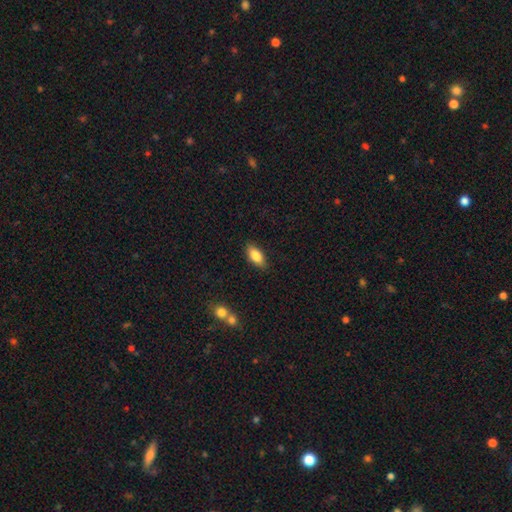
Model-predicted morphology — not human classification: This appears to be a smooth galaxy with no disk features (84%) that is in between round and cigar-shaped (85%). Merging: none (86%).